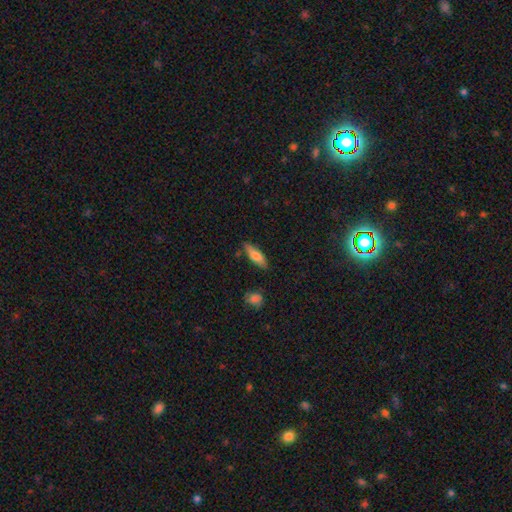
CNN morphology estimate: A smooth galaxy with no disk features (72%) that is cigar-shaped (50%).

Vote fractions:
- Smooth or featured? smooth: 72% / featured or disk: 22% / star or artifact: 6%
- How rounded? cigar-shaped: 50% / in between: 48% / round: 2%
- Merging? none: 80% / minor disturbance: 15% / major disturbance: 3% / merger: 3%